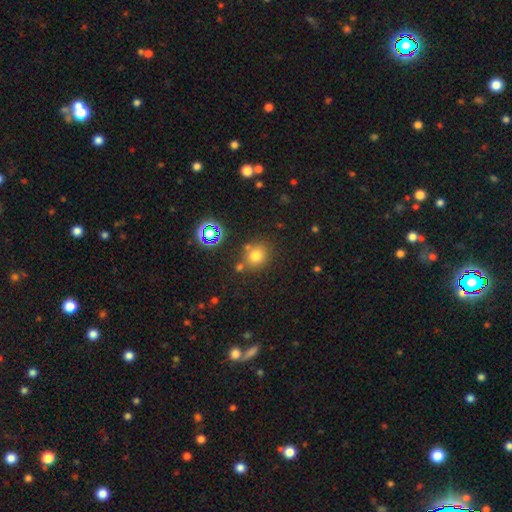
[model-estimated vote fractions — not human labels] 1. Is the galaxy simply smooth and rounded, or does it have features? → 72% smooth, 19% star or artifact, 8% featured or disk.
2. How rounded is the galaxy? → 79% round, 20% in between, 1% cigar-shaped.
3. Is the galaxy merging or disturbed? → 72% none, 12% merger, 12% minor disturbance, 4% major disturbance.